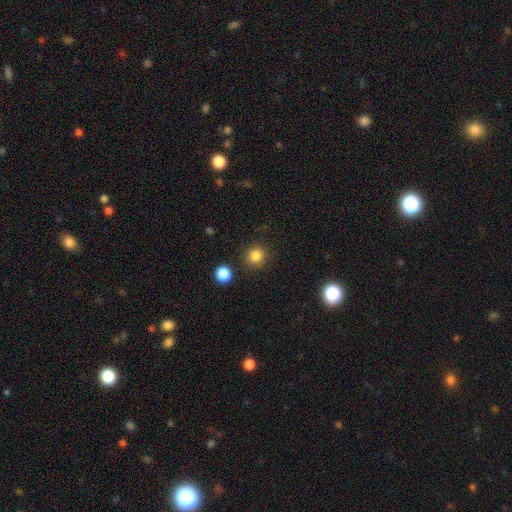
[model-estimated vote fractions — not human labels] Smooth or featured? smooth (83%)
How rounded? round (91%)
Merging? none (88%)